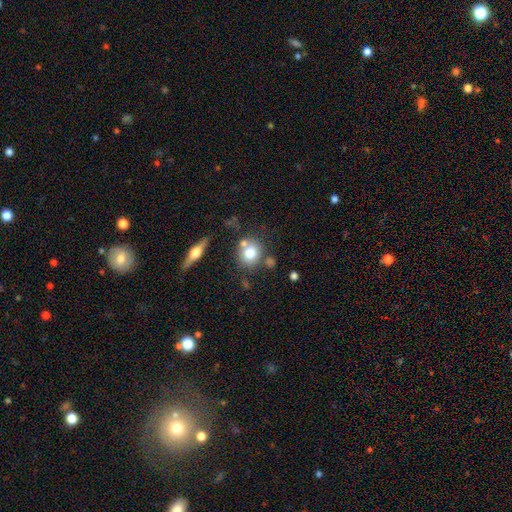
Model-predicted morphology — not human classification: smooth 67%, featured or disk 20%, star or artifact 13%. Down the decision tree: how rounded — round (85%); merging — none (70%).